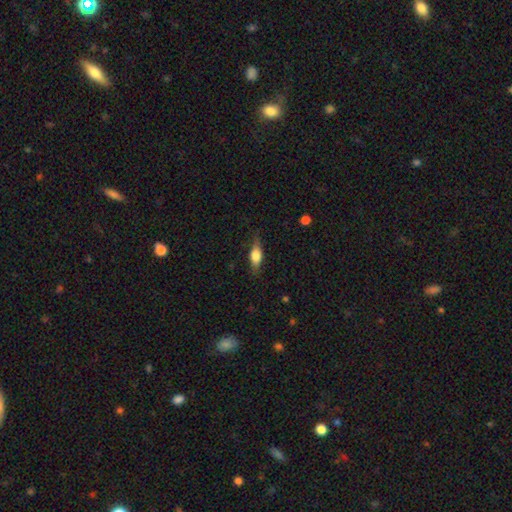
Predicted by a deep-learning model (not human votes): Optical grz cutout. It shows a smooth galaxy with no disk features (55%) that is in between round and cigar-shaped (59%). Merging: none (78%).